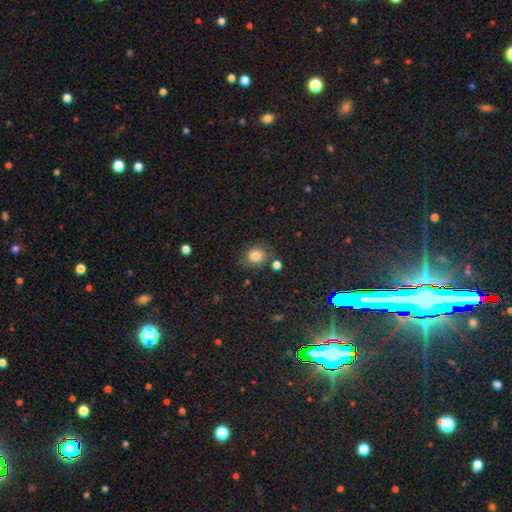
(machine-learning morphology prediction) type=smooth (81%); roundness=round (77%); merging=none (72%).